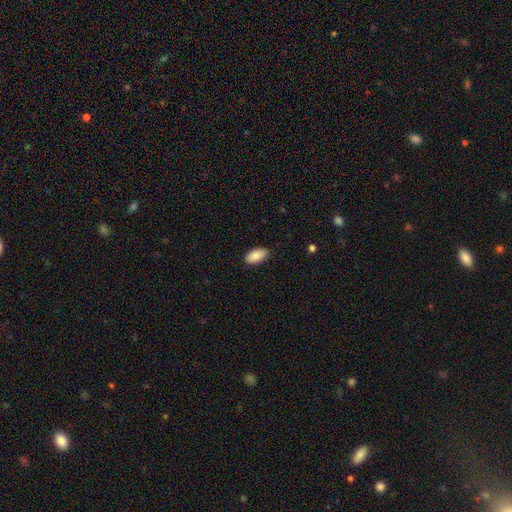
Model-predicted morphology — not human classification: Smooth or featured?
  - smooth: 89% *
  - star or artifact: 6%
  - featured or disk: 5%
How rounded?
  - in between: 93% *
  - cigar-shaped: 5%
  - round: 2%
Merging?
  - none: 86% *
  - minor disturbance: 11%
  - major disturbance: 2%
  - merger: 1%